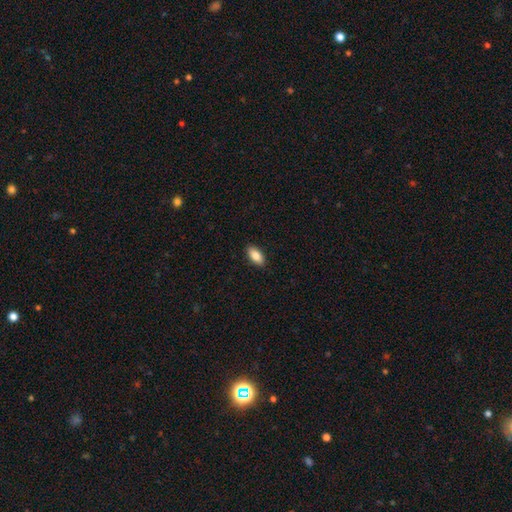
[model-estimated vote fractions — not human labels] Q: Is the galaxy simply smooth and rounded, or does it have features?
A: smooth — 87%.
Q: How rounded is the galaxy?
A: in between — 92%.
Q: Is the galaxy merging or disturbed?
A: none — 90%.